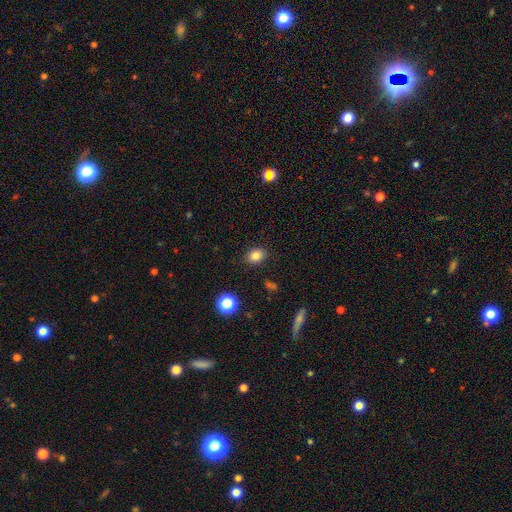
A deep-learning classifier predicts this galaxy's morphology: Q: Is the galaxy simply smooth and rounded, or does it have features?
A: smooth — 82%.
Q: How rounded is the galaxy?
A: in between — 51%.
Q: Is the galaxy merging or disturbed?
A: none — 87%.